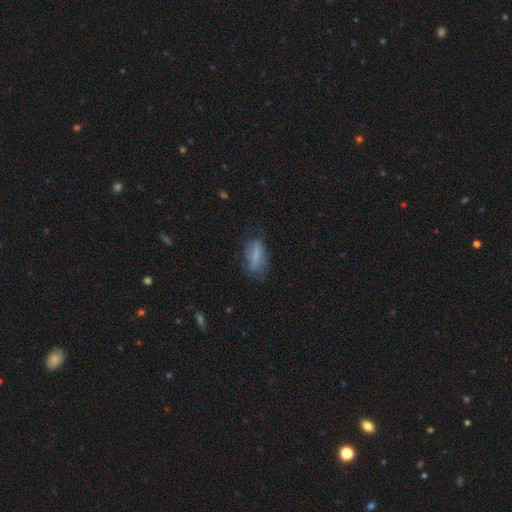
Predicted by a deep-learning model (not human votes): This appears to be a smooth galaxy with no disk features (67%) that is in between round and cigar-shaped (70%). Merging: none (59%).